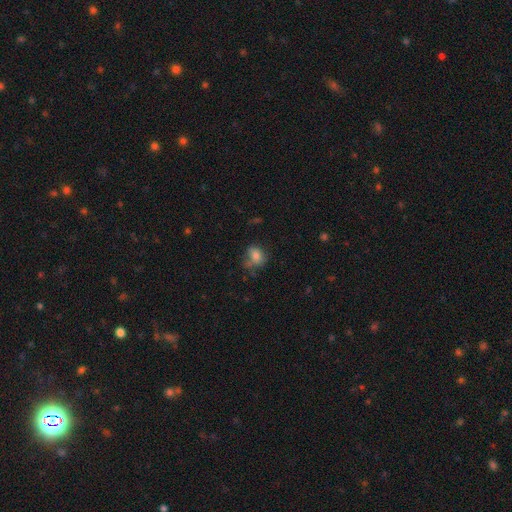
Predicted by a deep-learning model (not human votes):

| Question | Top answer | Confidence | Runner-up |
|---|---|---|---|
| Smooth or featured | smooth | 78% | star or artifact (11%) |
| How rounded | round | 51% | in between (48%) |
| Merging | none | 56% | minor disturbance (25%) |